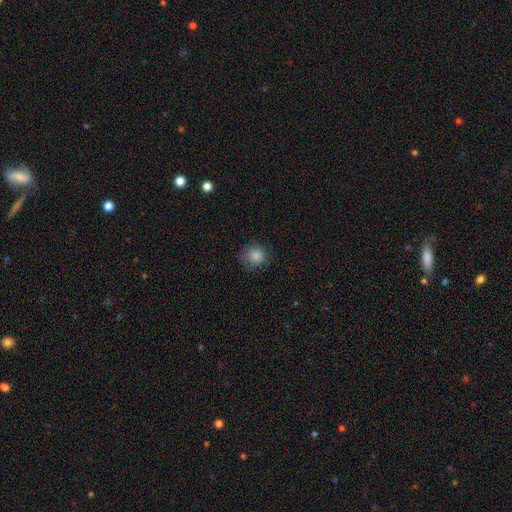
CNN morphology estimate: Smooth or featured?
  - smooth: 86% *
  - star or artifact: 10%
  - featured or disk: 4%
How rounded?
  - round: 91% *
  - in between: 9%
  - cigar-shaped: 1%
Merging?
  - none: 83% *
  - minor disturbance: 13%
  - major disturbance: 4%
  - merger: 1%